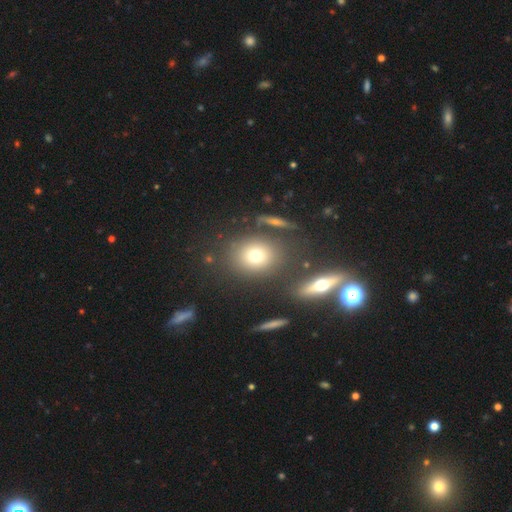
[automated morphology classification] This is likely a smooth galaxy (72%). How rounded: likely round (68%). Merging: likely none (76%).